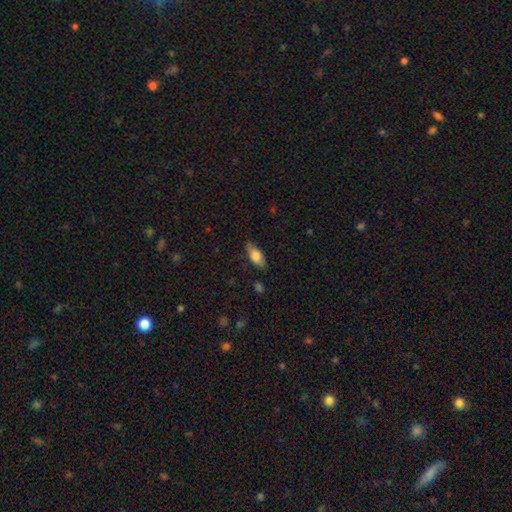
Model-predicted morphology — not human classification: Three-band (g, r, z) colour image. It shows a smooth galaxy with no disk features (74%) that is in between round and cigar-shaped (80%). Merging: none (81%).